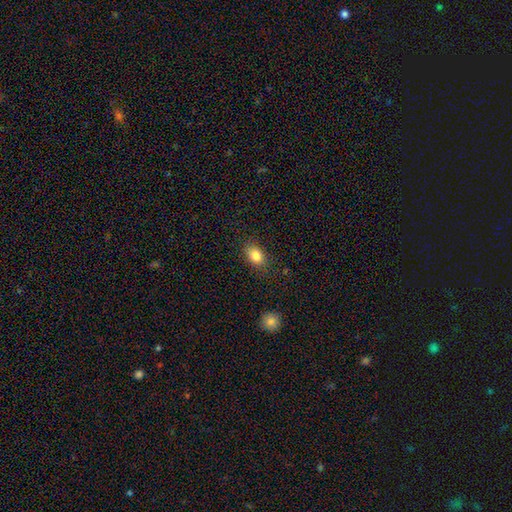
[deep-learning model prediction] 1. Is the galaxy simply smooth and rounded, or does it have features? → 84% smooth, 9% star or artifact, 7% featured or disk.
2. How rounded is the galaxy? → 79% in between, 19% round, 2% cigar-shaped.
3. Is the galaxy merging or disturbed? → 85% none, 11% minor disturbance, 3% major disturbance, 1% merger.